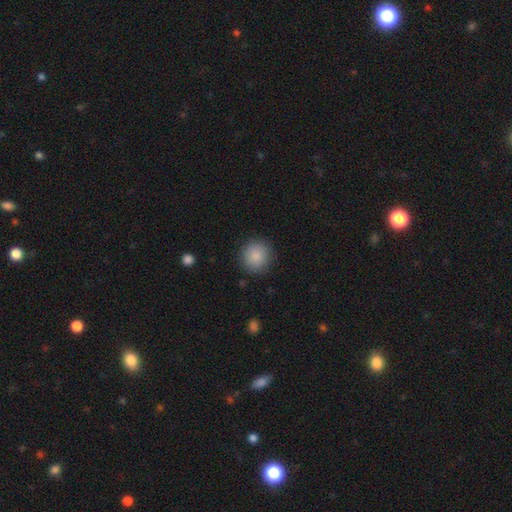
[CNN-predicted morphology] A smooth galaxy with no disk features (88%) that is round (91%).

Vote fractions:
- Smooth or featured? smooth: 88% / star or artifact: 8% / featured or disk: 5%
- How rounded? round: 91% / in between: 8% / cigar-shaped: 1%
- Merging? none: 88% / minor disturbance: 8% / major disturbance: 3% / merger: 1%